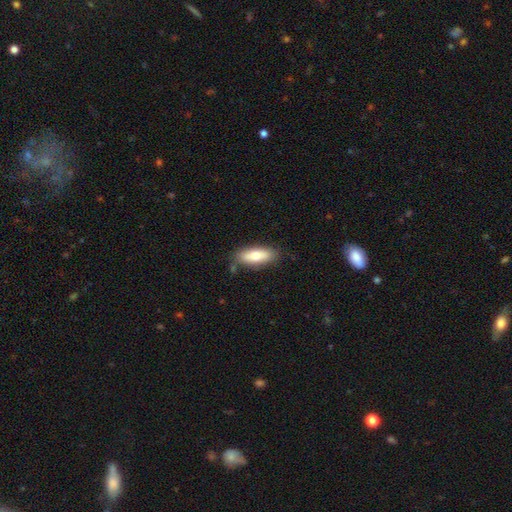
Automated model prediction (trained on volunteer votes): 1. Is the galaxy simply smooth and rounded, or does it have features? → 75% smooth, 19% featured or disk, 6% star or artifact.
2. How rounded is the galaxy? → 71% in between, 26% cigar-shaped, 2% round.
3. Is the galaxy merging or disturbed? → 81% none, 13% minor disturbance, 3% merger, 3% major disturbance.